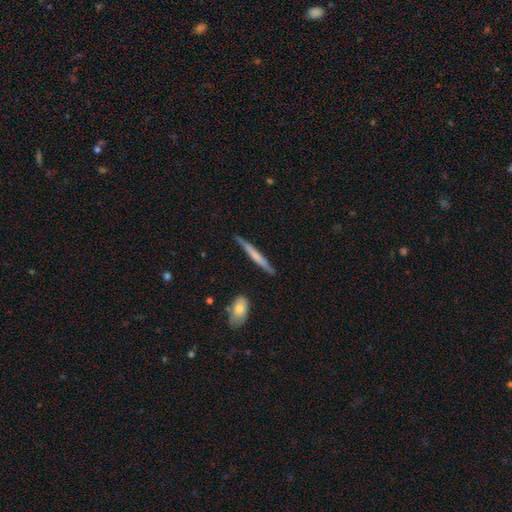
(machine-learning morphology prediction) Smooth or featured? Predicted: smooth (p=0.52). How rounded? Predicted: cigar-shaped (p=0.96). Merging? Predicted: none (p=0.84).